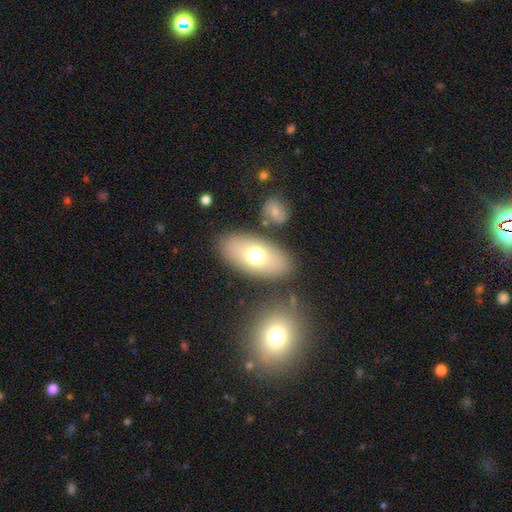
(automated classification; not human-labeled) Smooth or featured?
  - smooth: 69% *
  - featured or disk: 22%
  - star or artifact: 10%
How rounded?
  - in between: 89% *
  - round: 7%
  - cigar-shaped: 4%
Merging?
  - none: 81% *
  - minor disturbance: 10%
  - merger: 5%
  - major disturbance: 4%